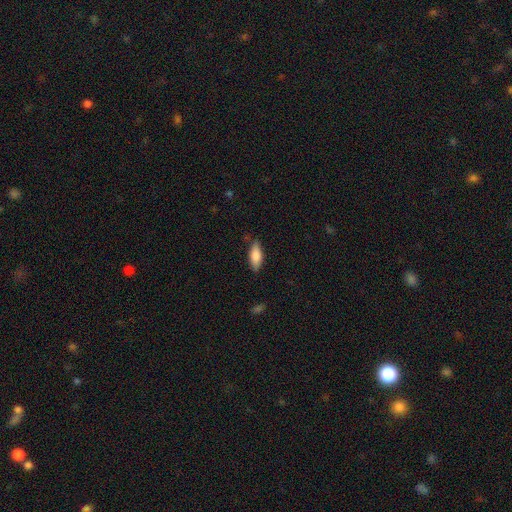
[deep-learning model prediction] A smooth galaxy with no disk features (82%) that is in between round and cigar-shaped (76%). Merging: none (81%).